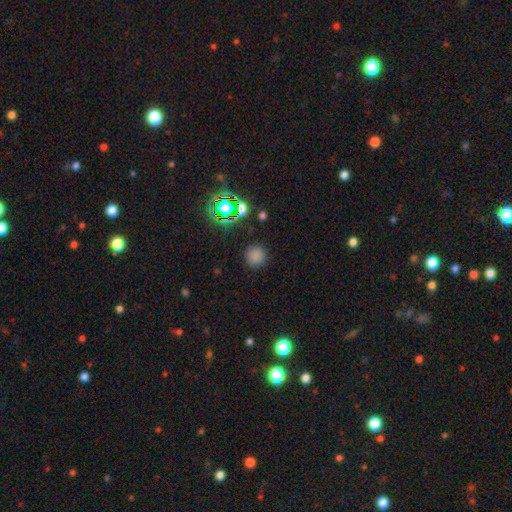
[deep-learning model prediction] Q: Smooth or featured?
A: smooth (74%); runner-up: star or artifact (20%)
Q: How rounded?
A: round (92%); runner-up: in between (7%)
Q: Merging?
A: none (87%); runner-up: minor disturbance (8%)